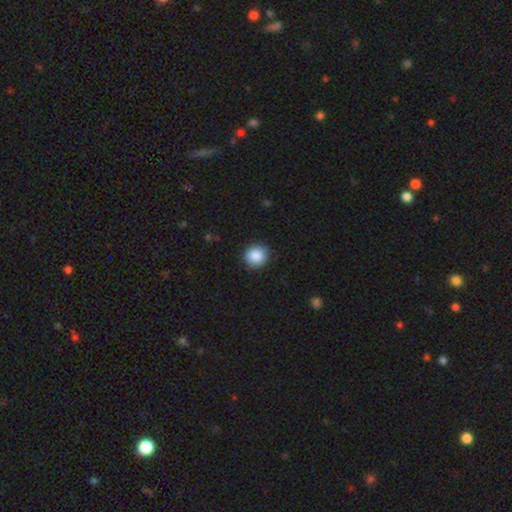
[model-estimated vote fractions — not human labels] Smooth or featured? smooth (88%)
How rounded? round (90%)
Merging? none (90%)